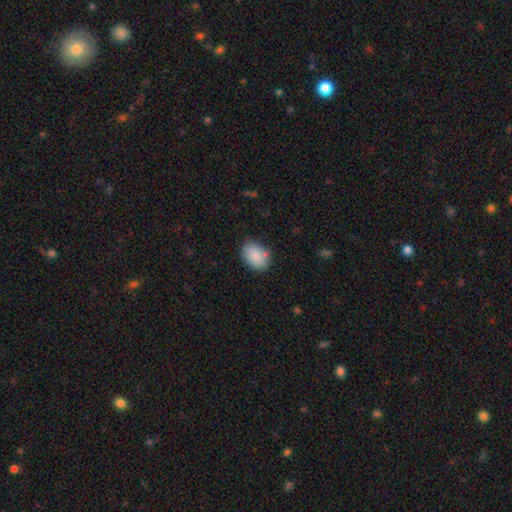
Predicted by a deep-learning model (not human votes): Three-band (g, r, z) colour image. It shows a smooth galaxy with no disk features (86%) that is in between round and cigar-shaped (79%). Merging: none (79%).